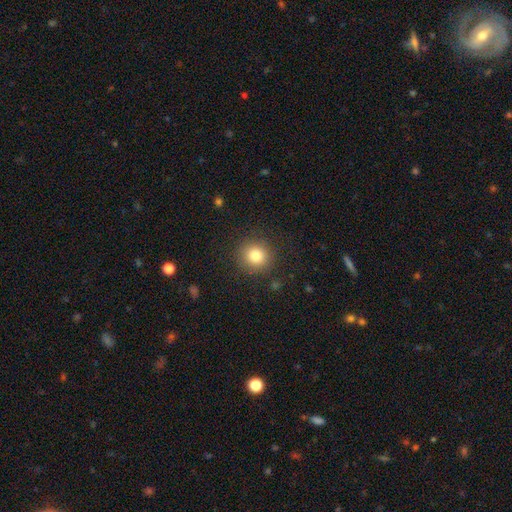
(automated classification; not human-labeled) This appears to be a smooth galaxy with no disk features (81%) that is round (91%). Merging: none (89%).